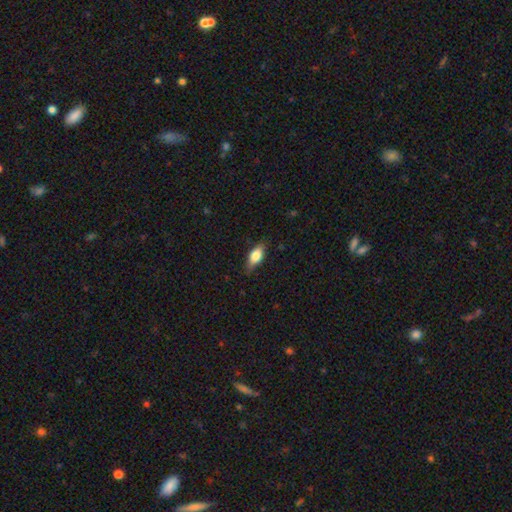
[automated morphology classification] This is likely a smooth galaxy (72%). How rounded: likely in between (80%). Merging: likely none (78%).